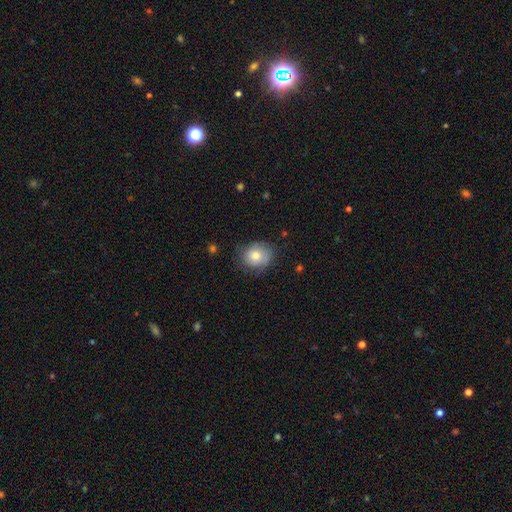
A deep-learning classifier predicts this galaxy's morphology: smooth-or-featured: smooth: 76% | featured or disk: 15% | star or artifact: 9%
  how-rounded: round: 60% | in between: 39% | cigar-shaped: 1%
  merging: none: 71% | minor disturbance: 22% | major disturbance: 5% | merger: 1%